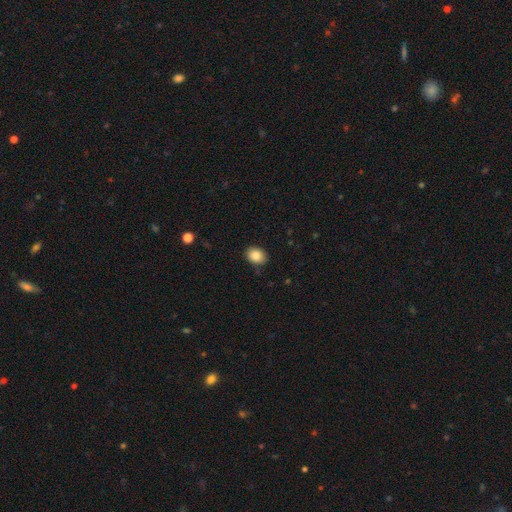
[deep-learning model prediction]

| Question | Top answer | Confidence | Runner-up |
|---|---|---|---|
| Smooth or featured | smooth | 87% | star or artifact (8%) |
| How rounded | in between | 62% | round (37%) |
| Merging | none | 87% | minor disturbance (10%) |